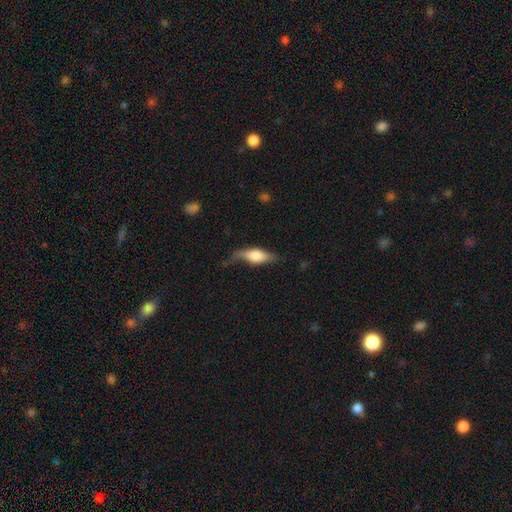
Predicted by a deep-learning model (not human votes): This is possibly a smooth galaxy (59%). How rounded: likely in between (64%). Merging: possibly none (46%).